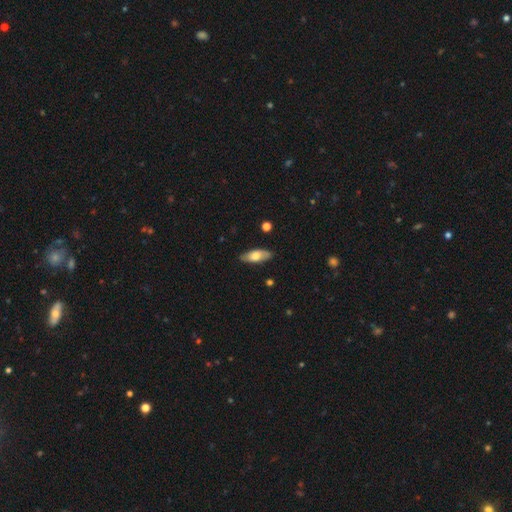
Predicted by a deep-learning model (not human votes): This appears to be a smooth galaxy with no disk features (65%) that is in between round and cigar-shaped (79%). Merging: none (85%).